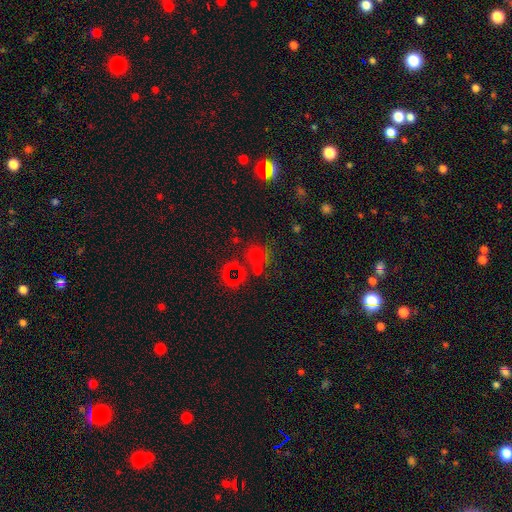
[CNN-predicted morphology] A smooth galaxy with no disk features (52%) that is round (88%).

Vote fractions:
- Smooth or featured? smooth: 52% / star or artifact: 38% / featured or disk: 11%
- How rounded? round: 88% / in between: 10% / cigar-shaped: 1%
- Merging? none: 62% / merger: 20% / minor disturbance: 11% / major disturbance: 7%